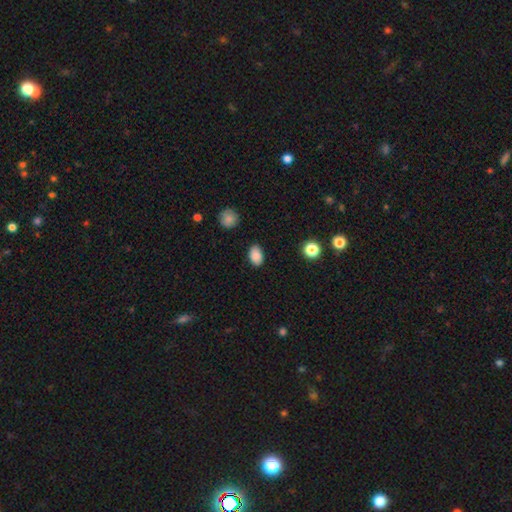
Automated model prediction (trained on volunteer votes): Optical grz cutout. It shows a smooth galaxy with no disk features (87%) that is in between round and cigar-shaped (85%). Merging: none (86%).